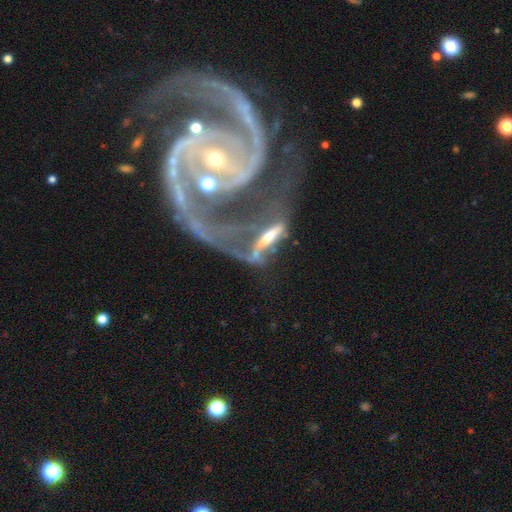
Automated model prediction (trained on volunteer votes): Smooth or featured? featured or disk (69%)
Edge-on disk? no (77%)
Bar? no (49%)
Spiral arms? yes (67%)
Bulge size? moderate (42%)
Merging? merger (47%)